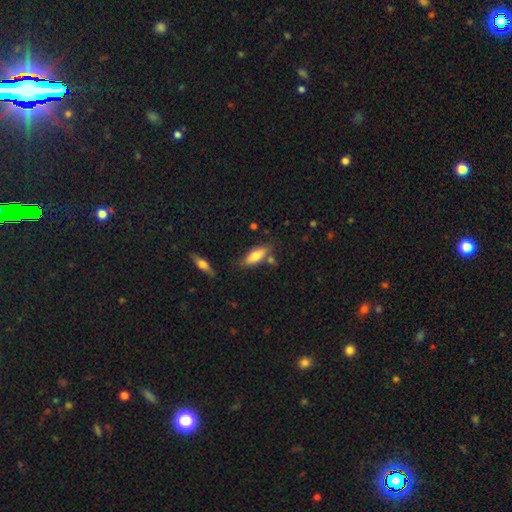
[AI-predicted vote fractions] Q: Smooth or featured?
A: smooth (74%); runner-up: featured or disk (19%)
Q: How rounded?
A: in between (64%); runner-up: cigar-shaped (34%)
Q: Merging?
A: none (70%); runner-up: minor disturbance (16%)